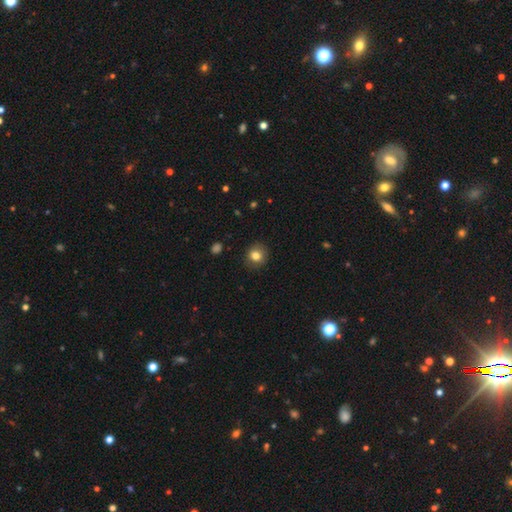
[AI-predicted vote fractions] smooth_or_featured: smooth (p=0.81) [alt: star or artifact p=0.10]
how_rounded: round (p=0.85) [alt: in between p=0.14]
merging: none (p=0.88) [alt: minor disturbance p=0.09]